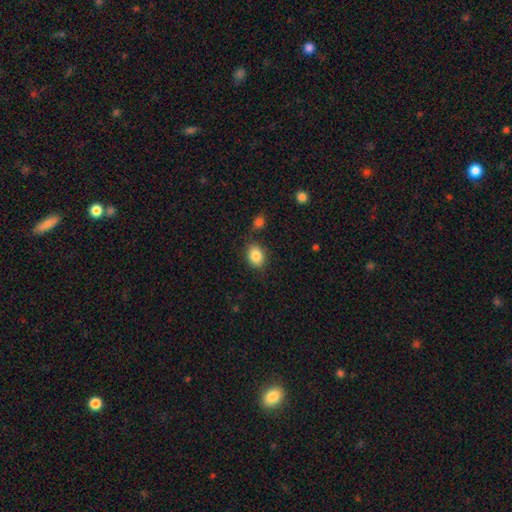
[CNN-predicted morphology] smooth_or_featured: smooth (p=0.85) [alt: star or artifact p=0.08]
how_rounded: in between (p=0.64) [alt: round p=0.35]
merging: none (p=0.80) [alt: minor disturbance p=0.12]